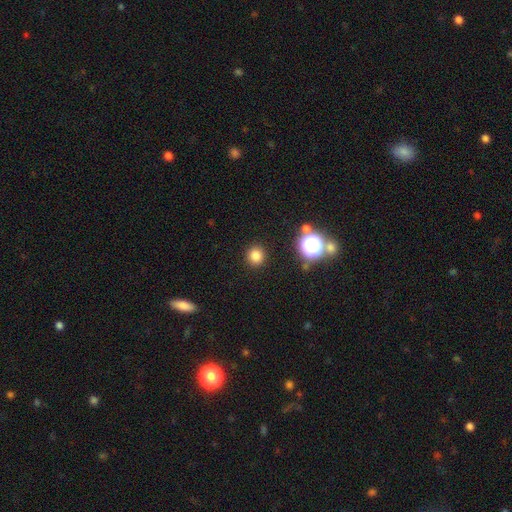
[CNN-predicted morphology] Smooth or featured?
  - smooth: 80% *
  - star or artifact: 15%
  - featured or disk: 5%
How rounded?
  - round: 92% *
  - in between: 7%
  - cigar-shaped: 1%
Merging?
  - none: 90% *
  - minor disturbance: 5%
  - major disturbance: 2%
  - merger: 2%